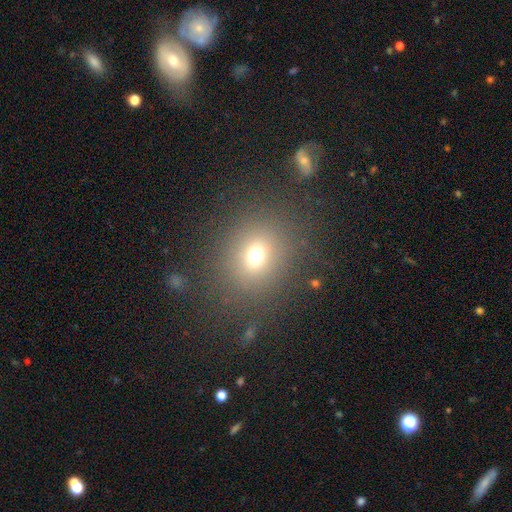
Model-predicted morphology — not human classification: Overall: smooth (68%). How rounded: round (73%). Merging: none (81%).